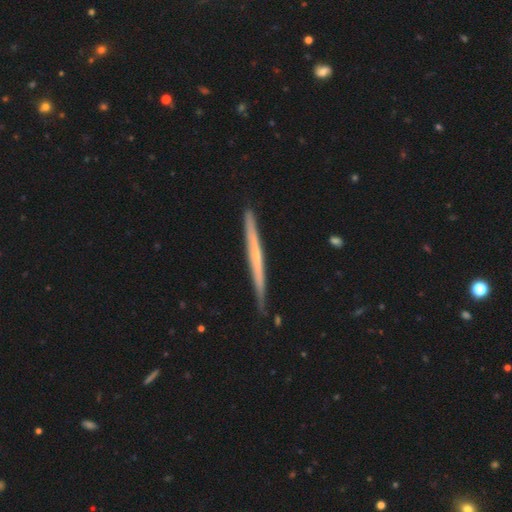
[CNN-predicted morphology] Smooth or featured? featured or disk (58%)
Edge-on disk? yes (97%)
Edge-on bulge? none (82%)
Merging? none (86%)